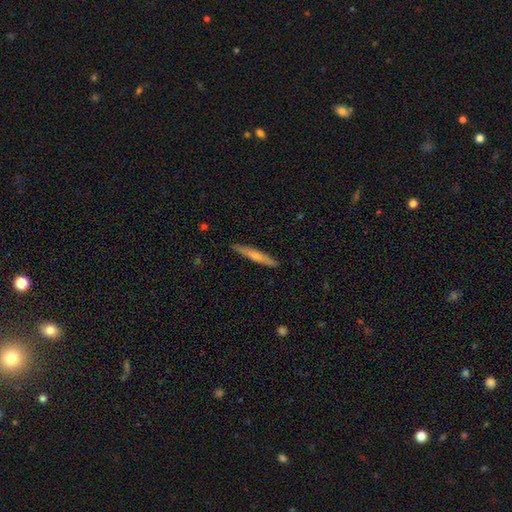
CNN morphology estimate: Q: Smooth or featured?
A: featured or disk (49%); runner-up: smooth (44%)
Q: Merging?
A: none (89%); runner-up: minor disturbance (8%)